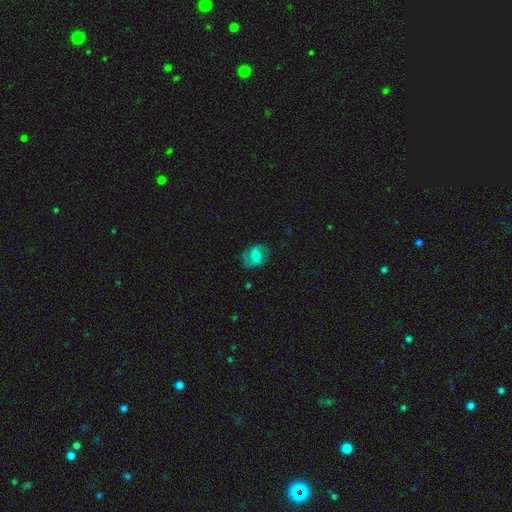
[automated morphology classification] Smooth or featured? featured or disk (58%)
Edge-on disk? no (97%)
Bar? weak (46%)
Spiral arms? yes (88%)
Bulge size? moderate (44%)
Merging? none (73%)